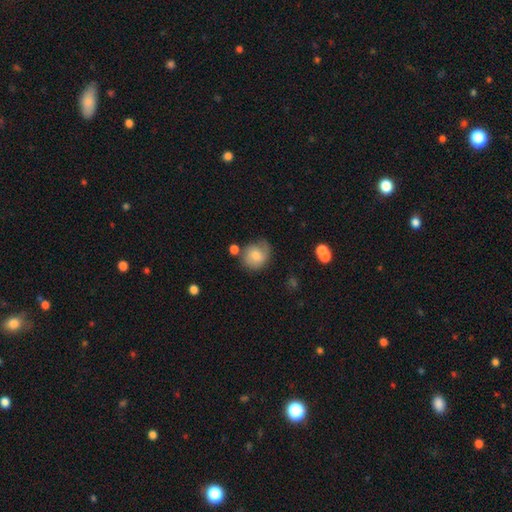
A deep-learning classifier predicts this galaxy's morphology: smooth-or-featured: smooth: 64% | featured or disk: 28% | star or artifact: 9%
  how-rounded: round: 74% | in between: 25% | cigar-shaped: 1%
  merging: none: 57% | minor disturbance: 26% | major disturbance: 9% | merger: 7%